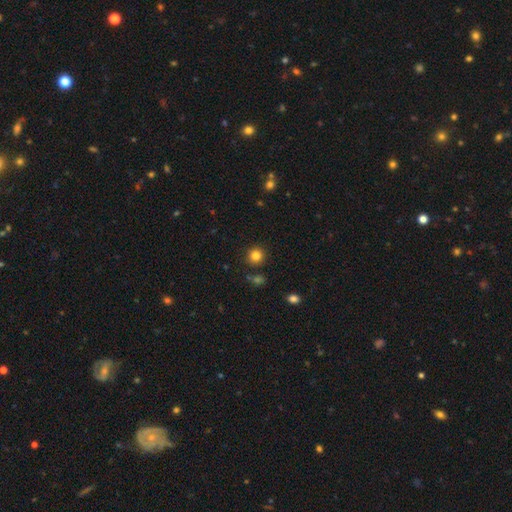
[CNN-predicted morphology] Smooth or featured: smooth — 83% (star or artifact — 12%)
How rounded: round — 92% (in between — 7%)
Merging: none — 88% (minor disturbance — 7%)